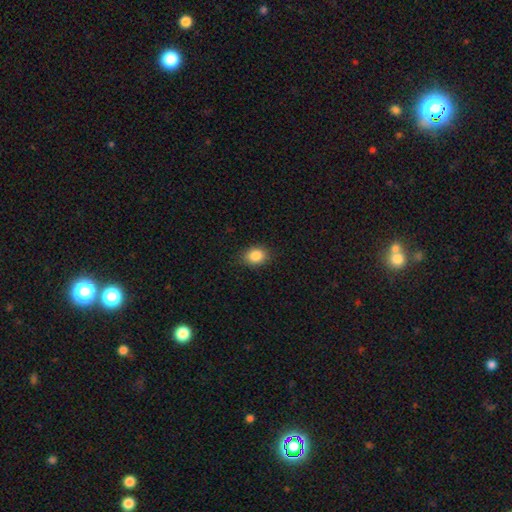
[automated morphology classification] Smooth or featured? smooth (86%)
How rounded? in between (54%)
Merging? none (86%)